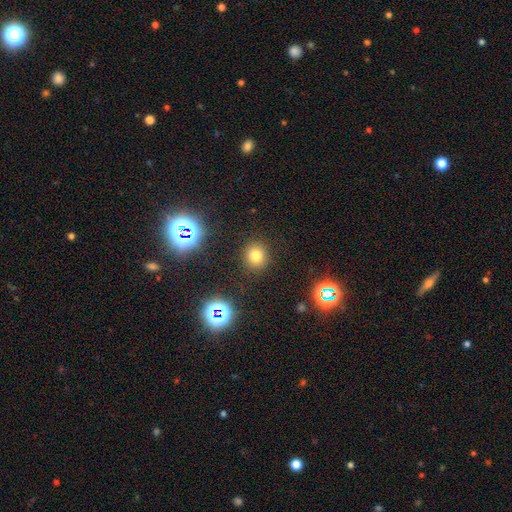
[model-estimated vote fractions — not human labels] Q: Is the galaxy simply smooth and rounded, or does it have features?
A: smooth — 74%.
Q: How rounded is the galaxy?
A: round — 85%.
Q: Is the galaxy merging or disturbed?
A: none — 89%.